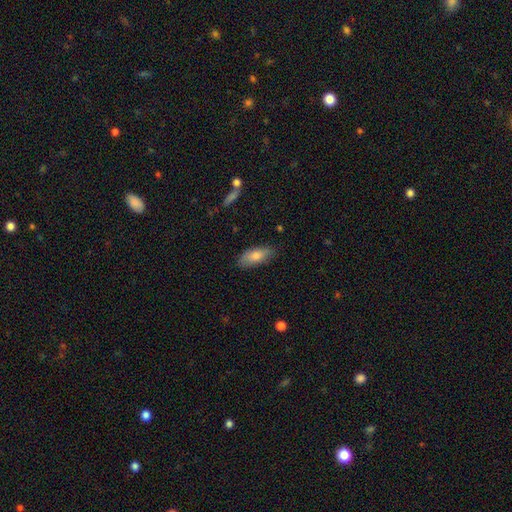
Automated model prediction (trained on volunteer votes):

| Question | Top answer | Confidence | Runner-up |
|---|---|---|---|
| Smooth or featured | smooth | 78% | featured or disk (16%) |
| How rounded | in between | 79% | cigar-shaped (19%) |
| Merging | none | 82% | minor disturbance (14%) |